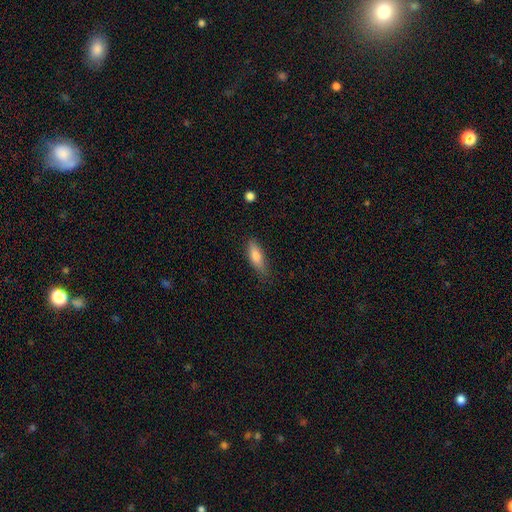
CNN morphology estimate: Overall: smooth (76%). How rounded: in between (50%; cigar-shaped 48%). Merging: none (74%).